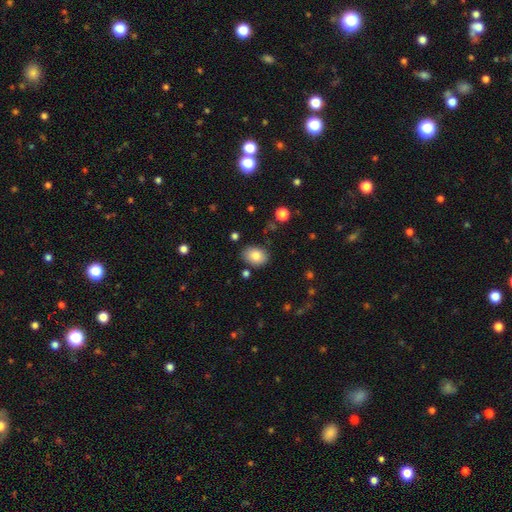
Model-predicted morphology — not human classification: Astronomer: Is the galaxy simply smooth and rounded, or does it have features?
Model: smooth — 82%.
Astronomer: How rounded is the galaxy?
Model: in between — 74%.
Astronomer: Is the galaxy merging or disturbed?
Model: none — 82%.